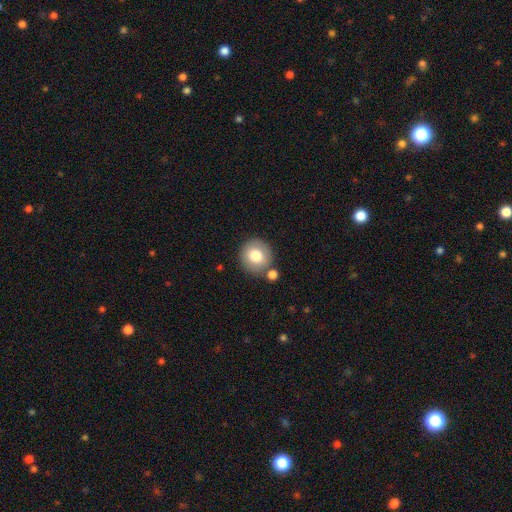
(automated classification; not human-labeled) Q: Smooth or featured?
A: smooth (77%); runner-up: featured or disk (14%)
Q: How rounded?
A: round (91%); runner-up: in between (8%)
Q: Merging?
A: none (76%); runner-up: minor disturbance (10%)